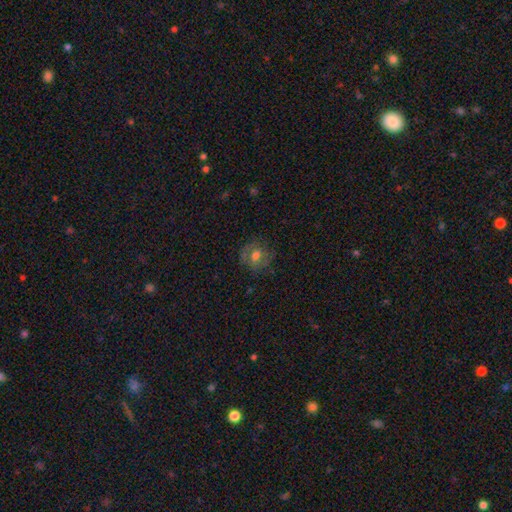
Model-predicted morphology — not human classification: Smooth or featured: smooth — 54% (featured or disk — 34%)
How rounded: round — 75% (in between — 24%)
Merging: none — 74% (minor disturbance — 17%)